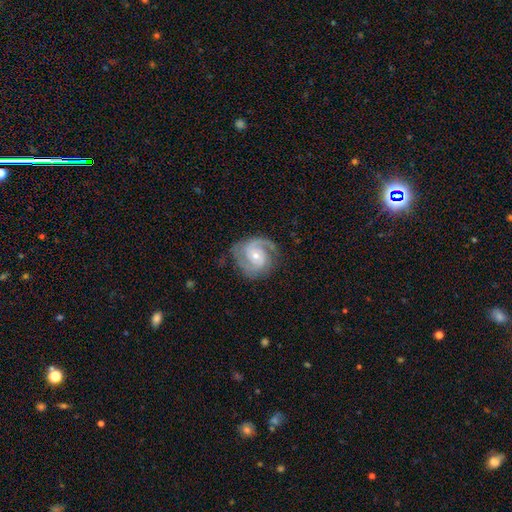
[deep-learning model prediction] smooth_or_featured: featured or disk (p=0.89) [alt: smooth p=0.07]
disk_edge_on: no (p=0.98) [alt: yes p=0.02]
bar: no (p=0.60) [alt: weak p=0.33]
has_spiral_arms: yes (p=0.97) [alt: no p=0.03]
spiral_winding: medium (p=0.46) [alt: tight p=0.44]
spiral_arm_count: 2 (p=0.75) [alt: 3 p=0.10]
bulge_size: small (p=0.55) [alt: moderate p=0.41]
merging: none (p=0.75) [alt: minor disturbance p=0.16]